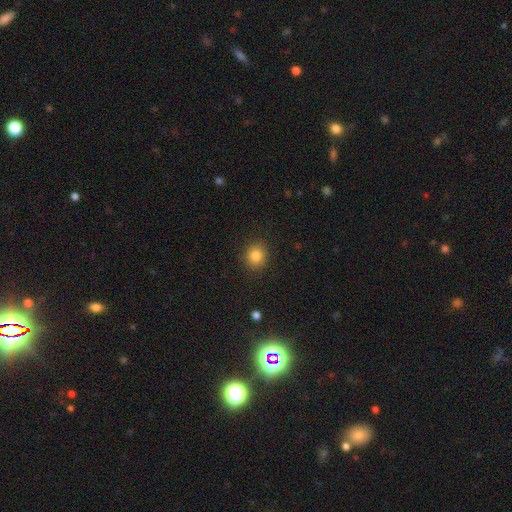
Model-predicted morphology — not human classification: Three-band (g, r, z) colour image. It shows a smooth galaxy with no disk features (83%) that is round (82%). Merging: none (89%).